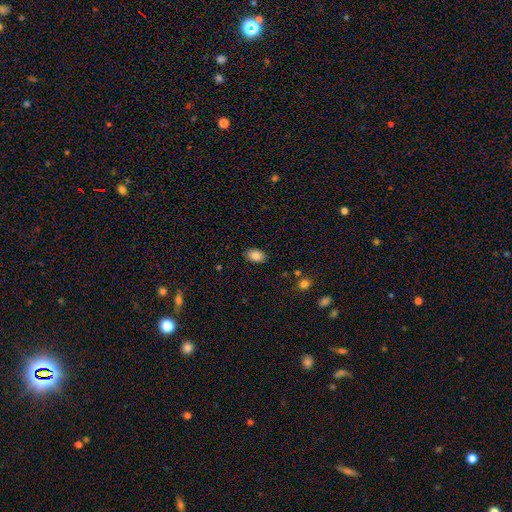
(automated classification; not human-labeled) This appears to be a smooth galaxy with no disk features (85%) that is in between round and cigar-shaped (86%). Merging: none (87%).